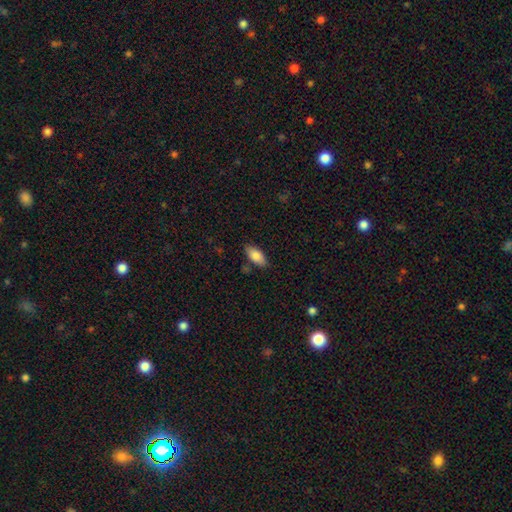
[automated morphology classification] Smooth or featured? Predicted: smooth (p=0.84). How rounded? Predicted: in between (p=0.89). Merging? Predicted: none (p=0.82).